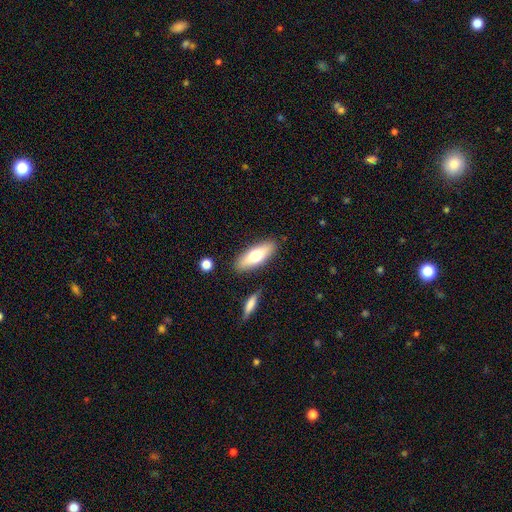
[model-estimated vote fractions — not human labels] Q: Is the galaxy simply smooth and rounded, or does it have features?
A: smooth — 66%.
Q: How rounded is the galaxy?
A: in between — 60%.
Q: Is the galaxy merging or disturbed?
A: none — 85%.